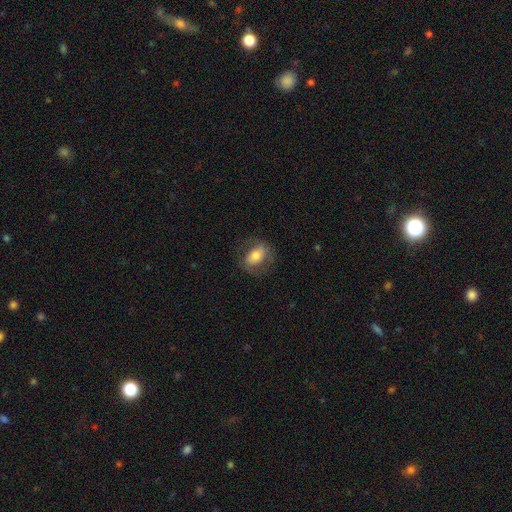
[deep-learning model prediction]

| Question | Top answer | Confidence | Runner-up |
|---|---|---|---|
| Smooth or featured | smooth | 61% | featured or disk (32%) |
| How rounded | in between | 76% | round (22%) |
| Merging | none | 71% | minor disturbance (17%) |